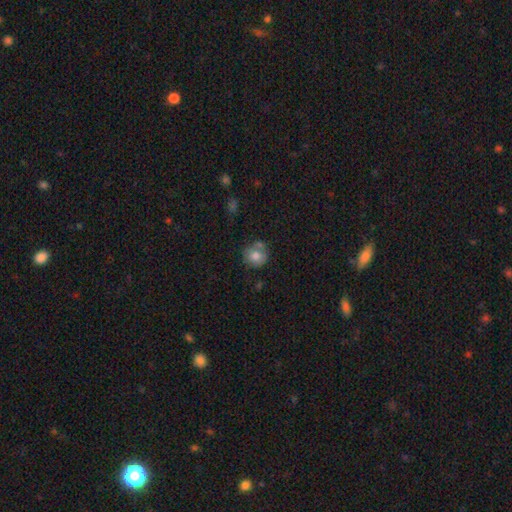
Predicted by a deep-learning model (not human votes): smooth_or_featured: smooth (p=0.76) [alt: featured or disk p=0.16]
how_rounded: round (p=0.83) [alt: in between p=0.16]
merging: none (p=0.56) [alt: merger p=0.20]